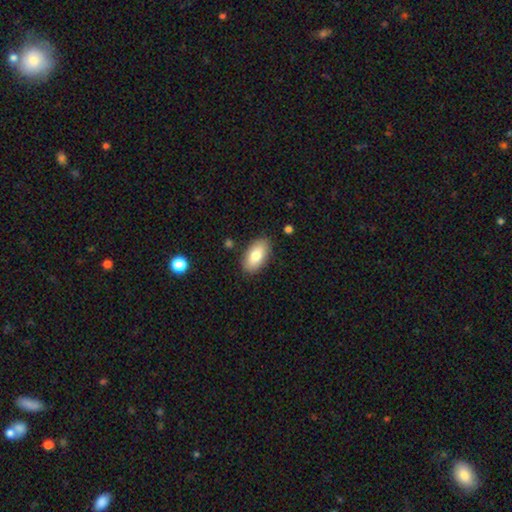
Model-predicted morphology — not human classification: Overall: smooth (79%). How rounded: in between (93%). Merging: none (86%).